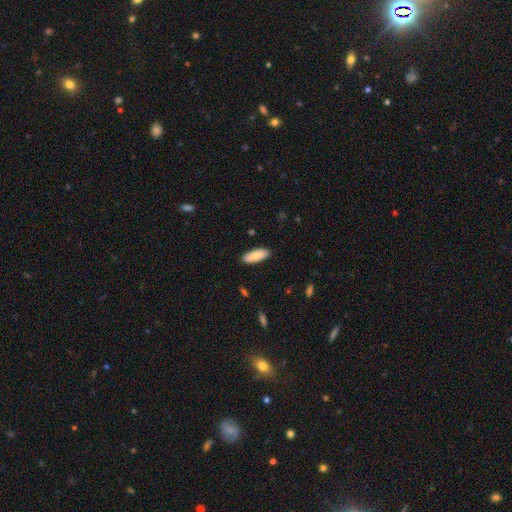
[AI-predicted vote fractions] Q: Smooth or featured?
A: smooth (83%); runner-up: featured or disk (11%)
Q: How rounded?
A: in between (73%); runner-up: cigar-shaped (25%)
Q: Merging?
A: none (89%); runner-up: minor disturbance (9%)